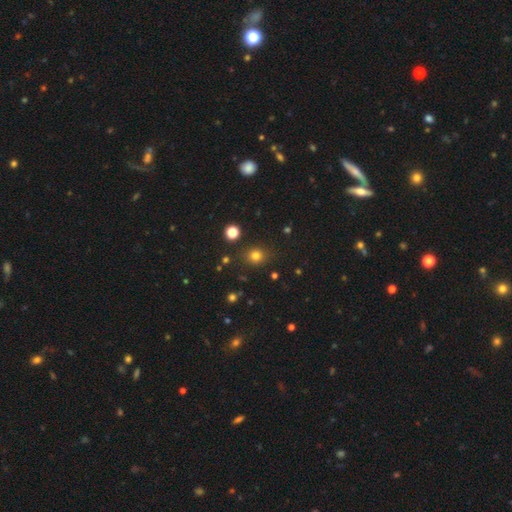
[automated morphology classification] smooth_or_featured: smooth (p=0.78) [alt: star or artifact p=0.16]
how_rounded: round (p=0.78) [alt: in between p=0.21]
merging: none (p=0.84) [alt: minor disturbance p=0.10]